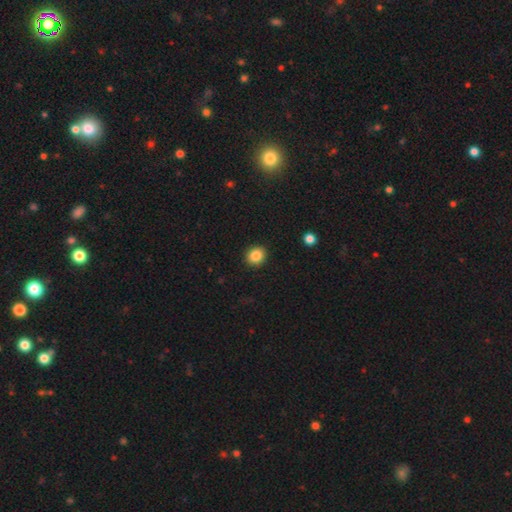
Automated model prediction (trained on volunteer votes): A smooth galaxy with no disk features (85%) that is round (76%). Merging: none (92%).